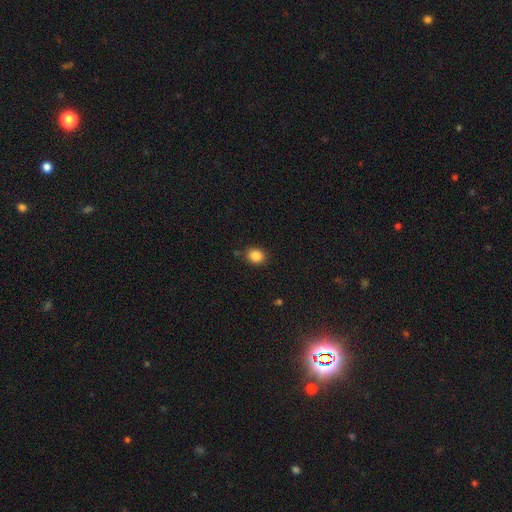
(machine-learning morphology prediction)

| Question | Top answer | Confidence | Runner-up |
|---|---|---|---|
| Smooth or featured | smooth | 86% | star or artifact (10%) |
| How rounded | round | 58% | in between (41%) |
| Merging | none | 85% | minor disturbance (10%) |